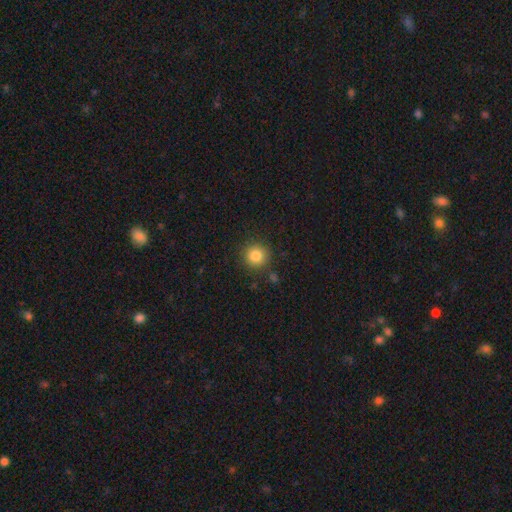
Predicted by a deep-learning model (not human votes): Morphology: type=smooth (84%); roundness=round (93%); merging=none (86%).